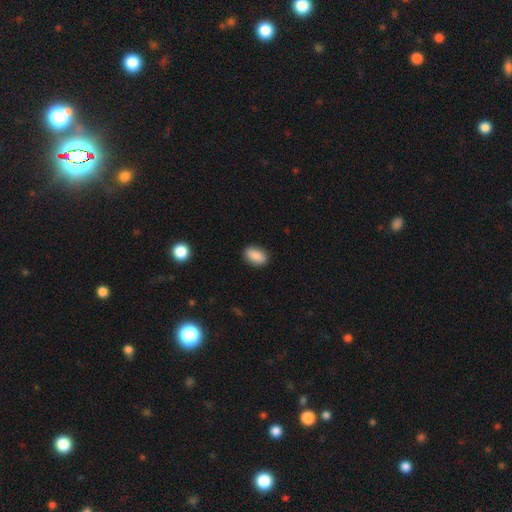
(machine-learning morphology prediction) Overall: smooth (87%). How rounded: in between (90%). Merging: none (87%).